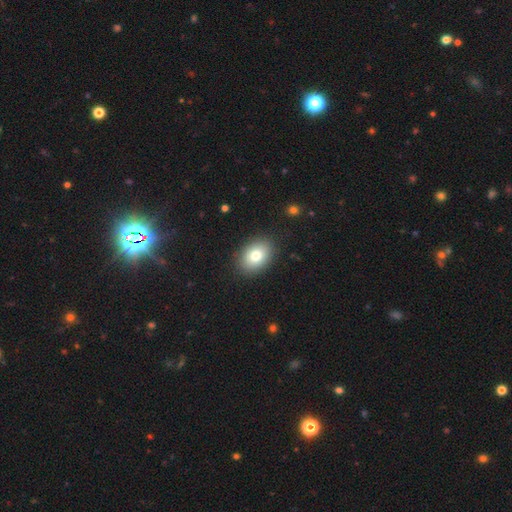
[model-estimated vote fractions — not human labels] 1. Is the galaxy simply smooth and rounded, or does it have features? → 79% smooth, 12% featured or disk, 9% star or artifact.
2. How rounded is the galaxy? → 75% in between, 24% round, 1% cigar-shaped.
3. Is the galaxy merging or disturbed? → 88% none, 8% minor disturbance, 3% major disturbance, 1% merger.